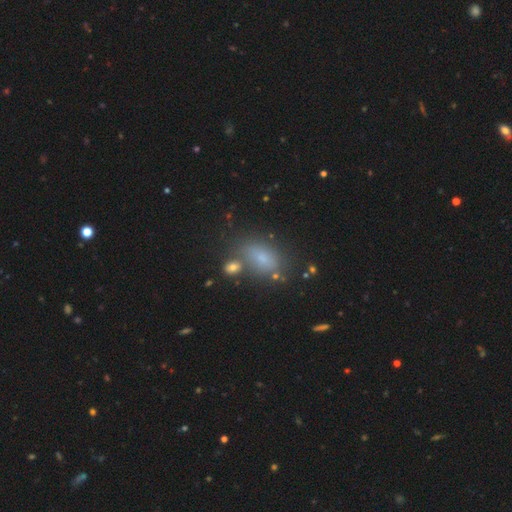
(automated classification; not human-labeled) The model was most divided on "smooth or featured": smooth: 51%, star or artifact: 26%, featured or disk: 23%. More confident: how rounded — in between (78%); merging — none (63%).